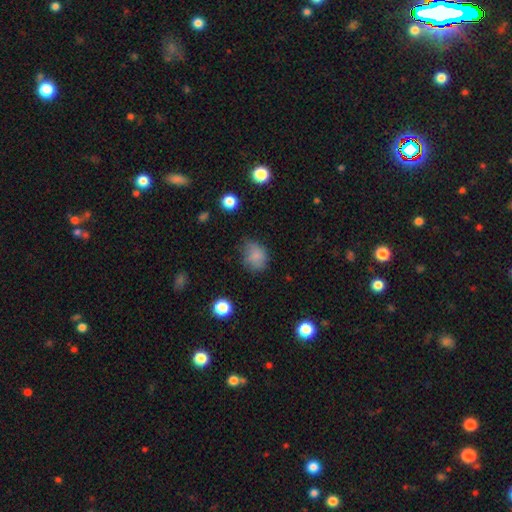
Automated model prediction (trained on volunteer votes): This is likely a smooth galaxy (79%). How rounded: possibly in between (50%). Merging: possibly none (56%).